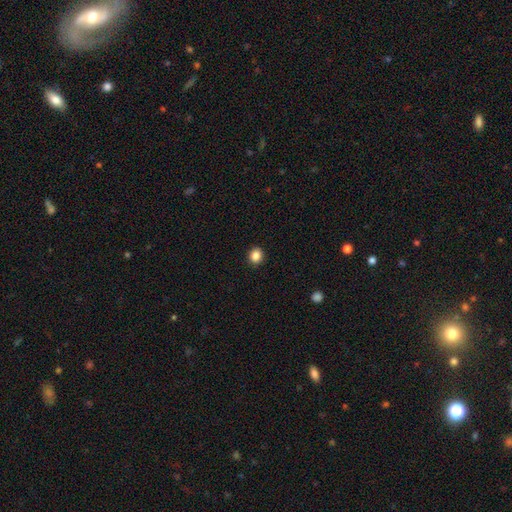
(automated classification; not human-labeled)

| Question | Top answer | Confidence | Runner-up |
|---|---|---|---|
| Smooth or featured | smooth | 86% | star or artifact (10%) |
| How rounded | round | 81% | in between (18%) |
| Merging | none | 92% | minor disturbance (5%) |